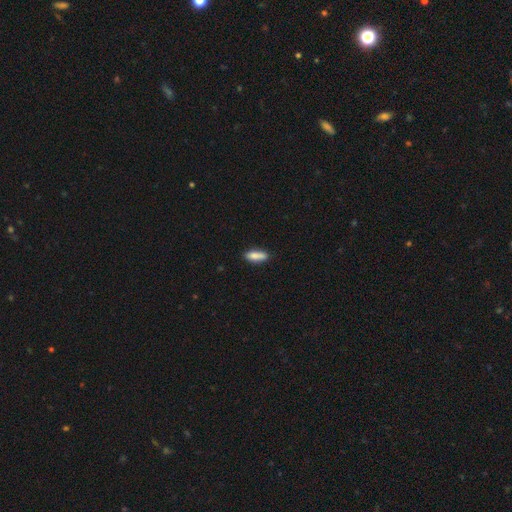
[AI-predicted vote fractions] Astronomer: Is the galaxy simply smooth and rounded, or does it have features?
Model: smooth — 82%.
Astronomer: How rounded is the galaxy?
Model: cigar-shaped — 49% (runner-up: in between, 48%).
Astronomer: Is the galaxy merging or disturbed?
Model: none — 78%.